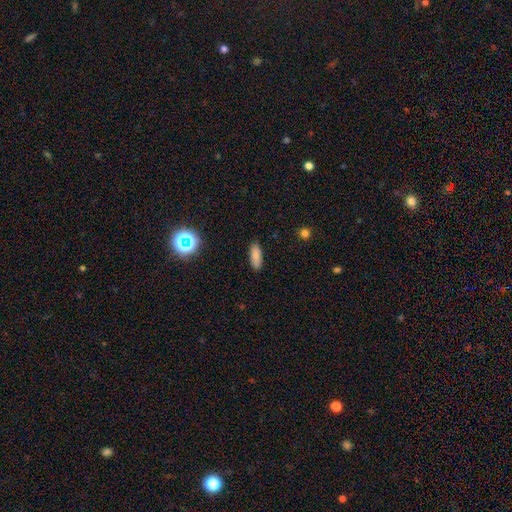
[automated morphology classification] Overall: smooth (82%). How rounded: in between (73%). Merging: none (88%).